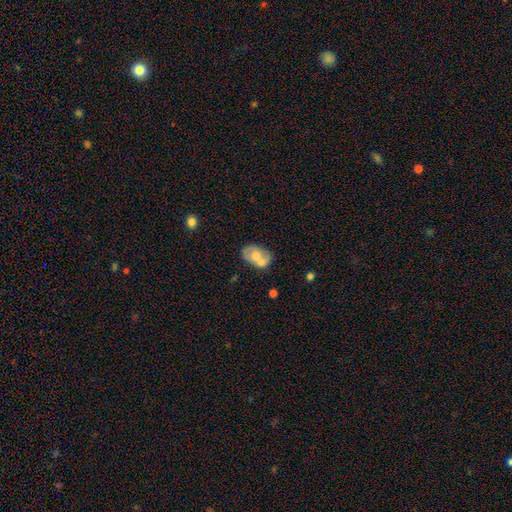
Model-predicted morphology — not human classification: Q: Smooth or featured?
A: smooth (54%); runner-up: featured or disk (39%)
Q: How rounded?
A: in between (79%); runner-up: round (20%)
Q: Merging?
A: merger (51%); runner-up: none (27%)